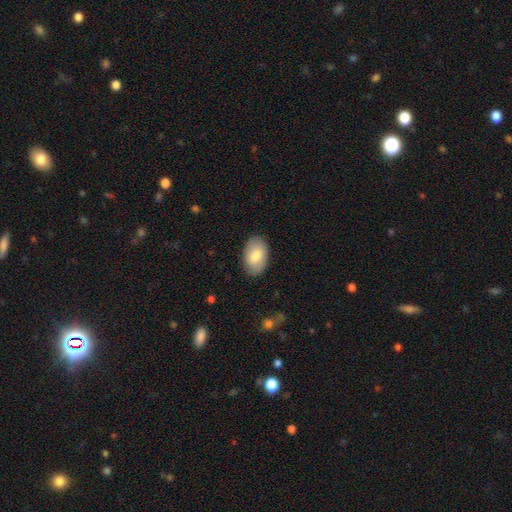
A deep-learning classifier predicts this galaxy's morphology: Q: Smooth or featured?
A: smooth (75%); runner-up: featured or disk (20%)
Q: How rounded?
A: in between (92%); runner-up: round (7%)
Q: Merging?
A: none (86%); runner-up: minor disturbance (10%)